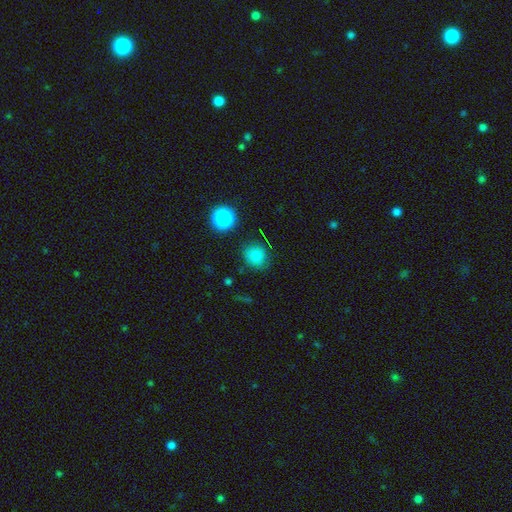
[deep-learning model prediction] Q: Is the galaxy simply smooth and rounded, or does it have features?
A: smooth — 77%.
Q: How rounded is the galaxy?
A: round — 81%.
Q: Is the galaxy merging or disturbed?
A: none — 80%.